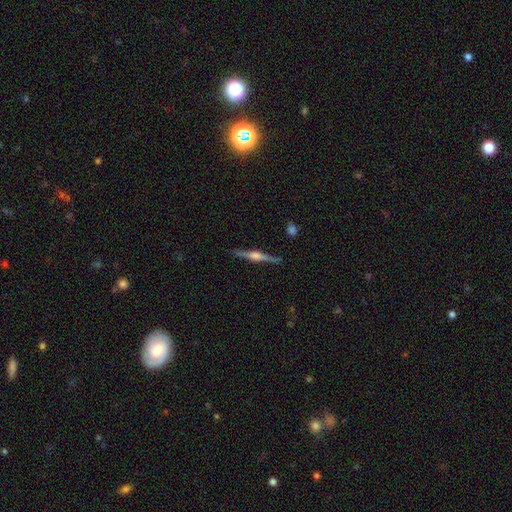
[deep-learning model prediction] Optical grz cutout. It shows a featured or disk galaxy (80%) viewed edge-on (98%) with a rounded central bulge (83%). Merging: none (89%).